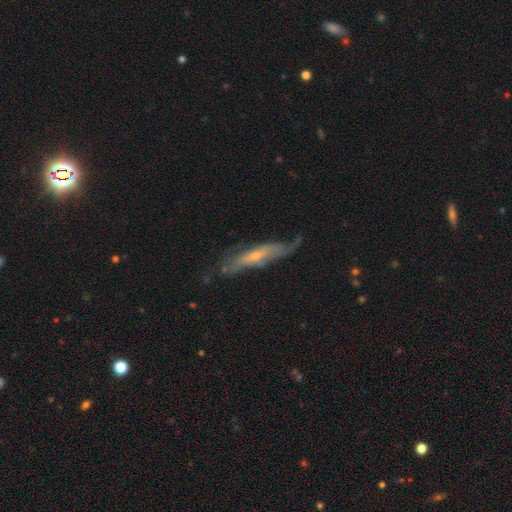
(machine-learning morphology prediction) The model was most divided on "edge-on disk": no: 54%, yes: 46%. More confident: smooth or featured — featured or disk (70%); merging — none (53%).